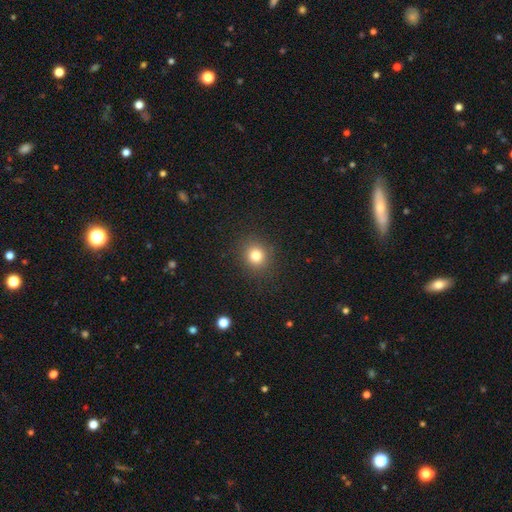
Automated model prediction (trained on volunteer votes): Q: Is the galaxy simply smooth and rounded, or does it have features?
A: smooth — 81%.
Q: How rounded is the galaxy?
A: round — 85%.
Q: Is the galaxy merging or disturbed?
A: none — 89%.